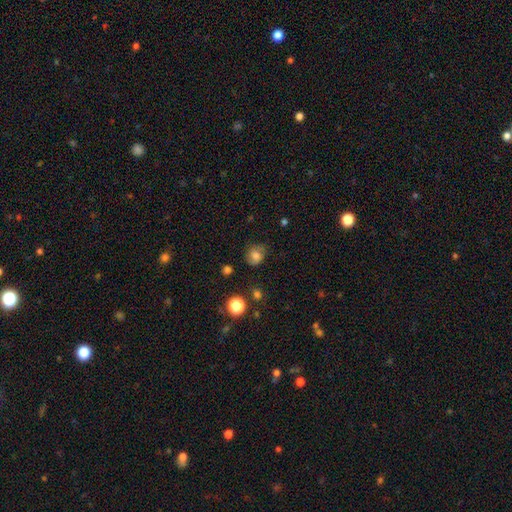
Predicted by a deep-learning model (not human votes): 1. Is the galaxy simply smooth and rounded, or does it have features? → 76% smooth, 13% star or artifact, 11% featured or disk.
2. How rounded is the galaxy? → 70% round, 29% in between, 1% cigar-shaped.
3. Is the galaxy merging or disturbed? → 69% none, 22% minor disturbance, 7% major disturbance, 2% merger.